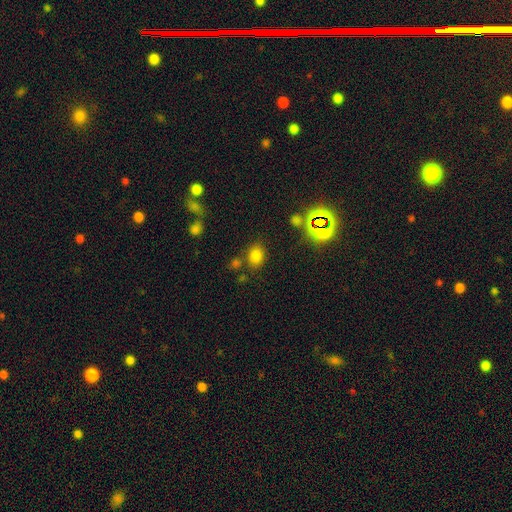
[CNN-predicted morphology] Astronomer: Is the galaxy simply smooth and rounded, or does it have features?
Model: smooth — 73%.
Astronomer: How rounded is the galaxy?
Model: in between — 51% (runner-up: round, 48%).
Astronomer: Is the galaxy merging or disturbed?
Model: none — 75%.